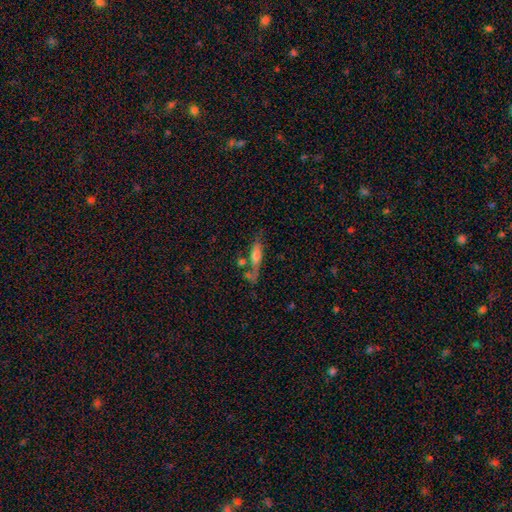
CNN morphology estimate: smooth-or-featured: featured or disk: 47% | smooth: 44% | star or artifact: 9%
  merging: none: 49% | merger: 20% | minor disturbance: 19% | major disturbance: 12%